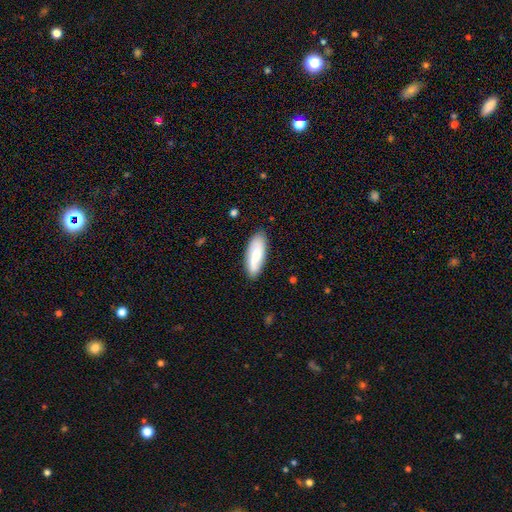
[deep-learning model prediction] A smooth galaxy with no disk features (67%) that is in between round and cigar-shaped (68%). Merging: none (84%).